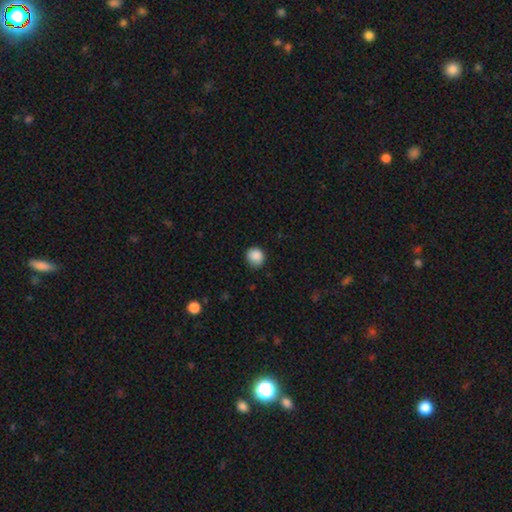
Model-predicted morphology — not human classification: Overall: smooth (87%). How rounded: round (83%). Merging: none (79%).